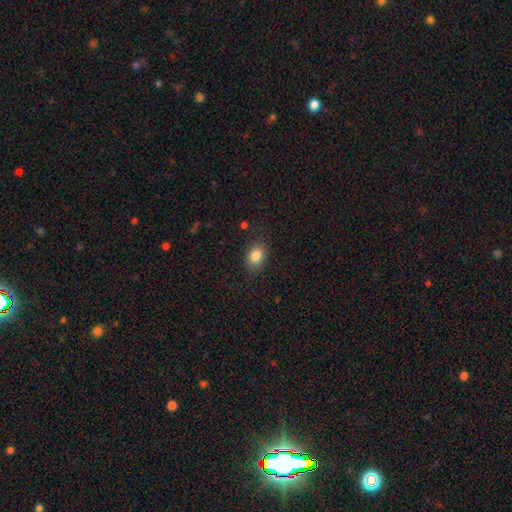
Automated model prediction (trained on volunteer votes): Smooth or featured? Predicted: smooth (p=0.84). How rounded? Predicted: in between (p=0.69). Merging? Predicted: none (p=0.79).